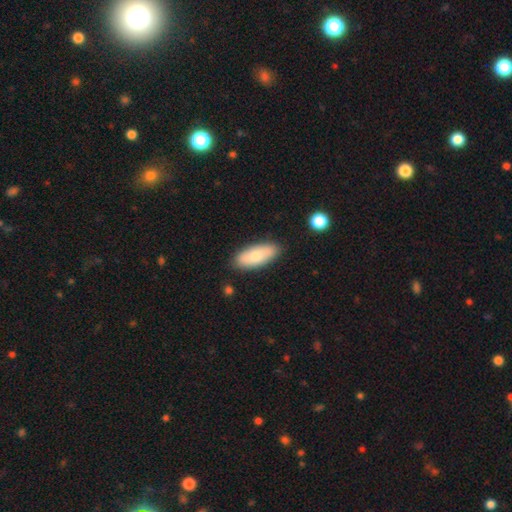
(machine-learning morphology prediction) smooth-or-featured: smooth: 75% | featured or disk: 19% | star or artifact: 6%
  how-rounded: in between: 84% | cigar-shaped: 14% | round: 2%
  merging: none: 84% | minor disturbance: 12% | major disturbance: 2% | merger: 2%